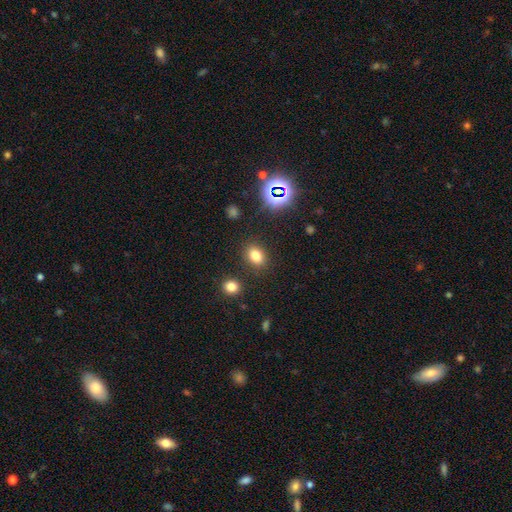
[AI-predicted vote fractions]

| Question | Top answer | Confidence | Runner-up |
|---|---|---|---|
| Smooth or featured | smooth | 78% | star or artifact (16%) |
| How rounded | in between | 67% | round (32%) |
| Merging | none | 84% | minor disturbance (9%) |